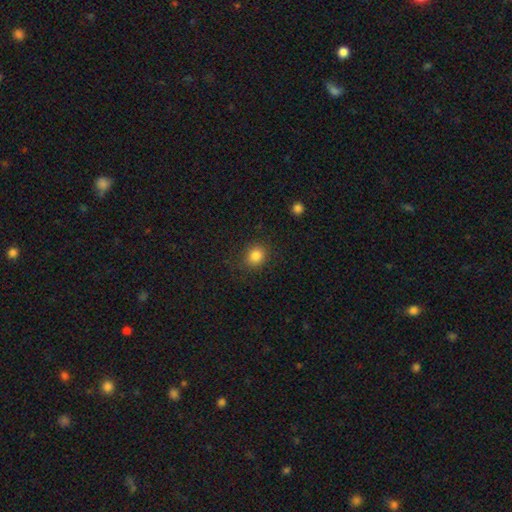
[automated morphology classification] This is clearly a smooth galaxy (85%). How rounded: likely round (79%). Merging: clearly none (86%).